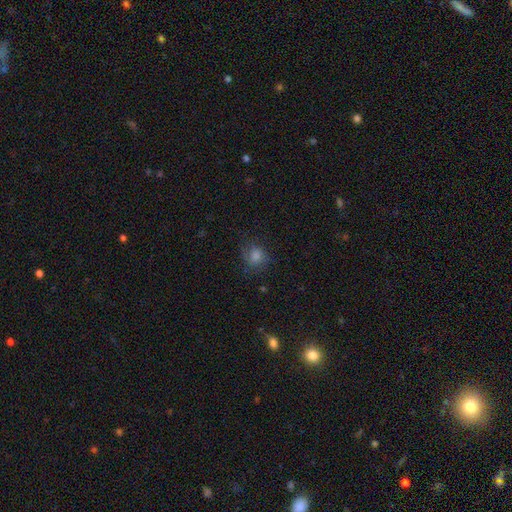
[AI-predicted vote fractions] A smooth galaxy with no disk features (60%) that is round (76%). Merging: none (70%).